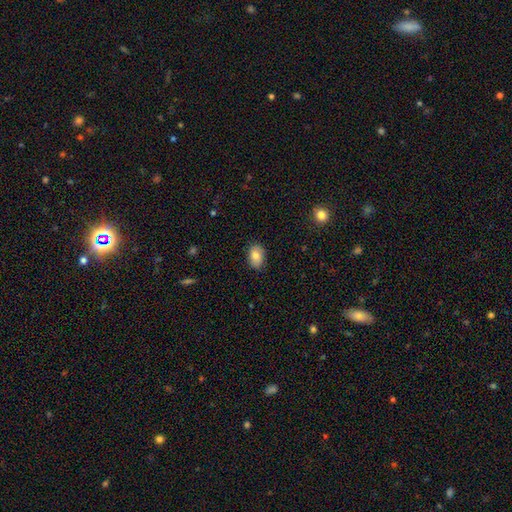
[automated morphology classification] This appears to be a smooth galaxy with no disk features (83%) that is in between round and cigar-shaped (83%). Merging: none (84%).